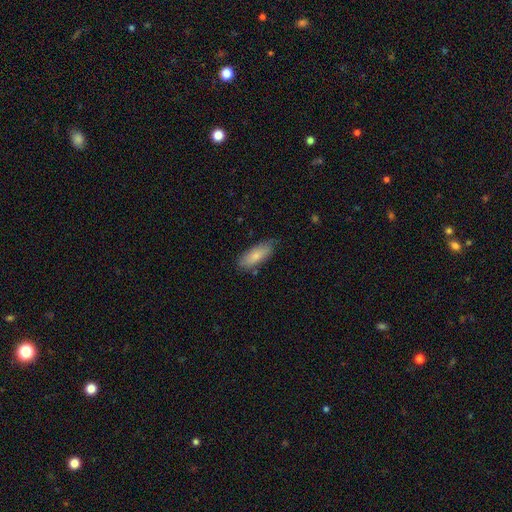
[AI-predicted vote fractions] smooth-or-featured: smooth: 80% | featured or disk: 14% | star or artifact: 6%
  how-rounded: in between: 73% | cigar-shaped: 25% | round: 2%
  merging: none: 75% | minor disturbance: 20% | major disturbance: 4% | merger: 2%